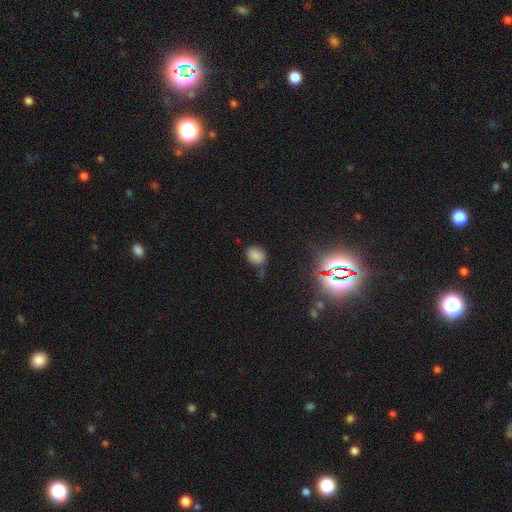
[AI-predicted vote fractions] Smooth or featured: smooth — 76% (star or artifact — 17%)
How rounded: in between — 68% (round — 31%)
Merging: none — 62% (minor disturbance — 25%)